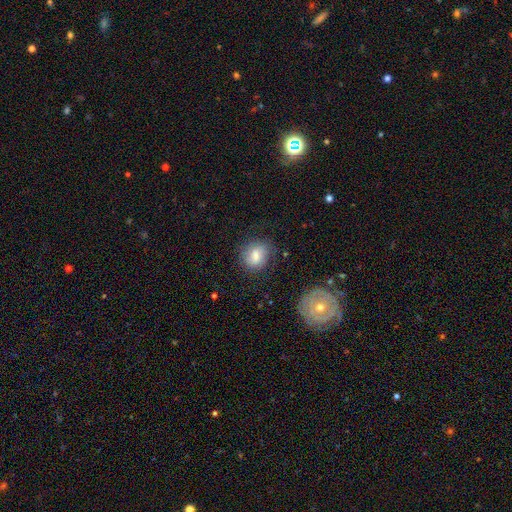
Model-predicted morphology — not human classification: type=smooth (73%); roundness=round (67%); merging=none (72%).